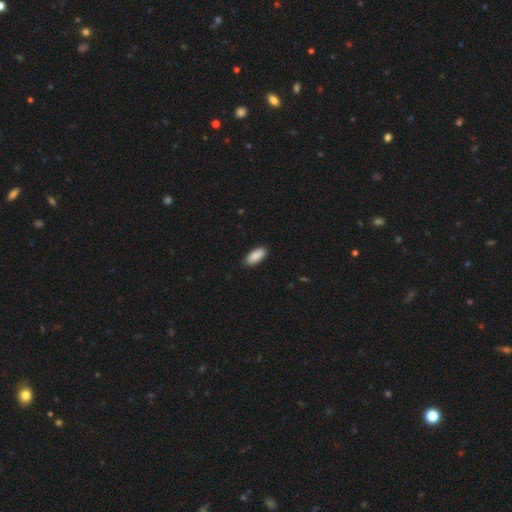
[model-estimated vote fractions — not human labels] Overall: smooth (90%). How rounded: in between (88%). Merging: none (87%).